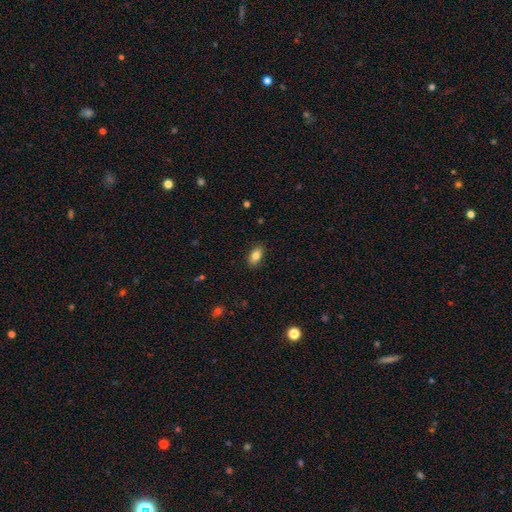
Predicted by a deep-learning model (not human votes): Overall: smooth (83%). How rounded: in between (90%). Merging: none (87%).